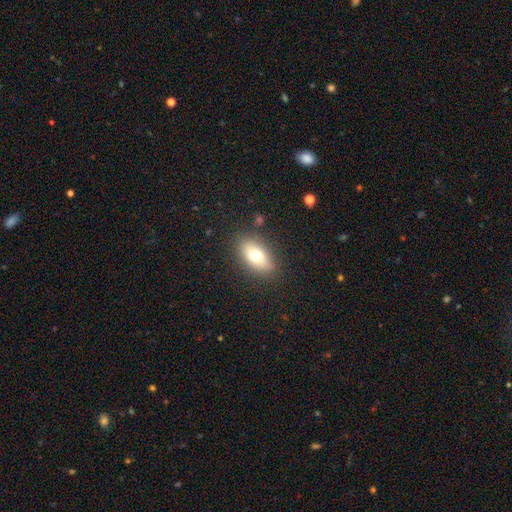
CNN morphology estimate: Smooth or featured? smooth (70%)
How rounded? in between (86%)
Merging? none (83%)